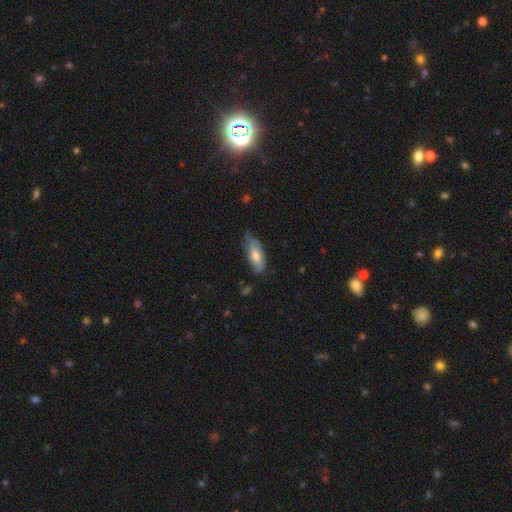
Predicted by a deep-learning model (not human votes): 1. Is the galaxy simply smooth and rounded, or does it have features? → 64% smooth, 30% featured or disk, 6% star or artifact.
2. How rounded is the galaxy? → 75% in between, 23% cigar-shaped, 2% round.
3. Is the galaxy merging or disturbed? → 57% none, 35% minor disturbance, 7% major disturbance, 2% merger.